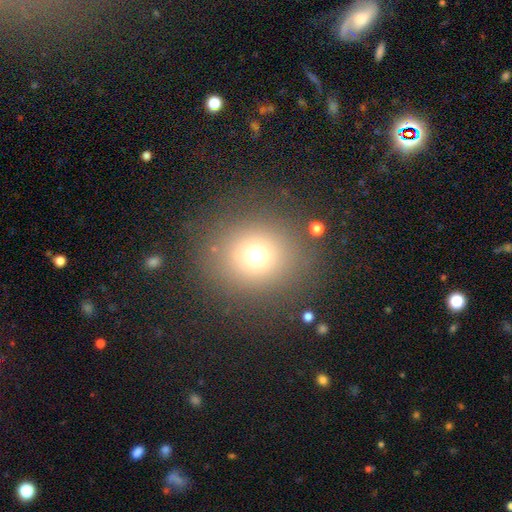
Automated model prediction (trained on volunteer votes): smooth 68%, star or artifact 22%, featured or disk 11%. Down the decision tree: how rounded — round (82%); merging — none (83%).